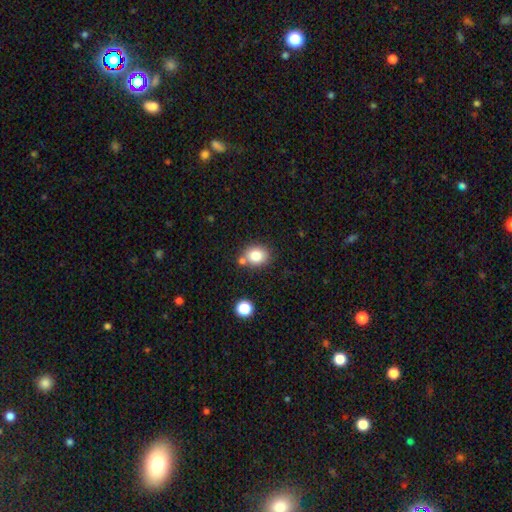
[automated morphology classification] The model was most divided on "how rounded": round: 62%, in between: 38%, cigar-shaped: 1%. More confident: smooth or featured — smooth (82%); merging — none (70%).